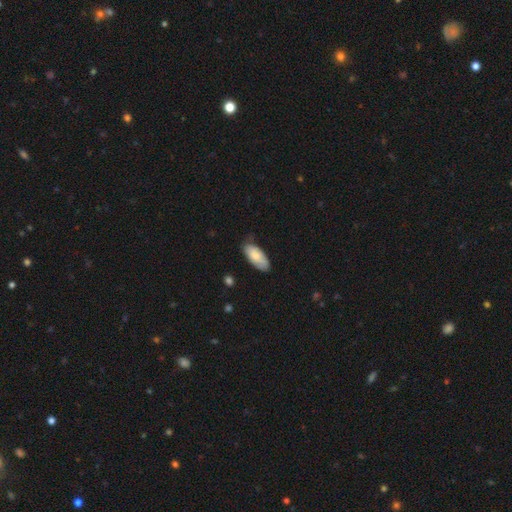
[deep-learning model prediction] smooth-or-featured: smooth: 76% | featured or disk: 18% | star or artifact: 6%
  how-rounded: in between: 90% | cigar-shaped: 8% | round: 2%
  merging: none: 66% | minor disturbance: 28% | major disturbance: 4% | merger: 2%